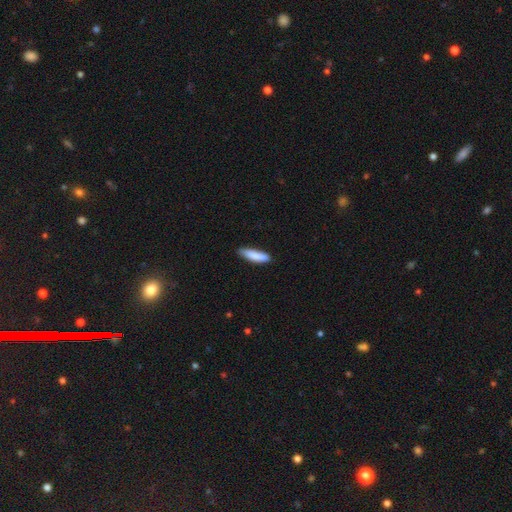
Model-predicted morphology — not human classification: Smooth or featured? smooth (86%)
How rounded? cigar-shaped (72%)
Merging? none (78%)